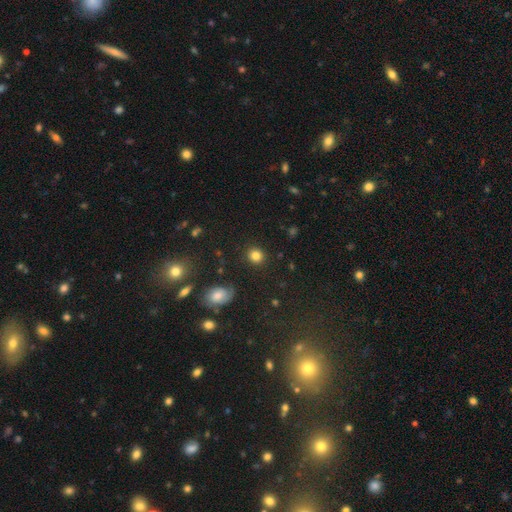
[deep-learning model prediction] A smooth galaxy with no disk features (83%) that is round (84%). Merging: none (89%).